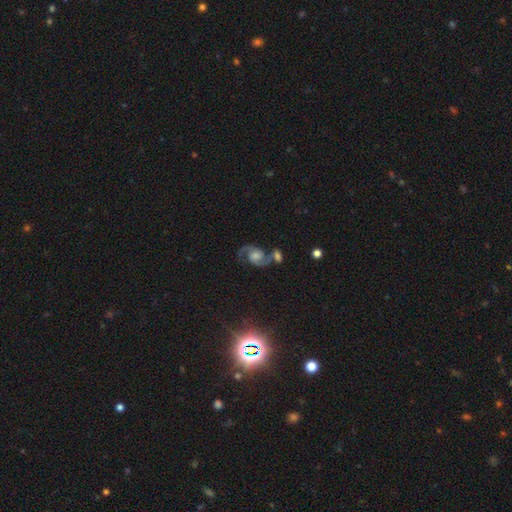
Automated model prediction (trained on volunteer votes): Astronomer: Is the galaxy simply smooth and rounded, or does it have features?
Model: featured or disk — 82%.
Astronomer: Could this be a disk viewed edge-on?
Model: no — 97%.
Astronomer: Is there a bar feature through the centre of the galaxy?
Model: no — 61%.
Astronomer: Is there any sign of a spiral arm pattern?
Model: yes — 96%.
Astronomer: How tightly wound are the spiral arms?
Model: medium — 56%.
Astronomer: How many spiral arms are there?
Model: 2 — 92%.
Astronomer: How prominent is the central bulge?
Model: moderate — 42% (runner-up: small, 21%).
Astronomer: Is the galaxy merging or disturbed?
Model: none — 57%.